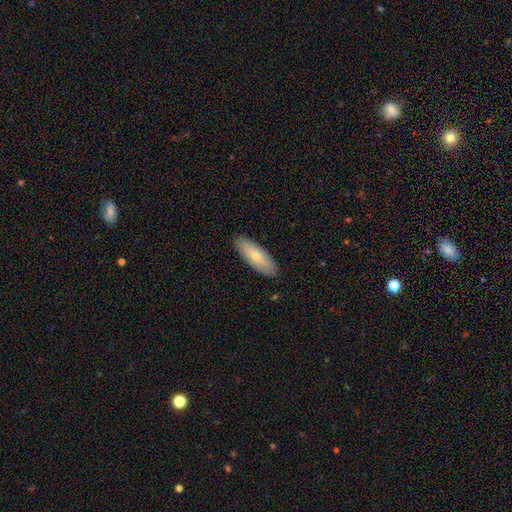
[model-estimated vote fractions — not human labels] smooth_or_featured: smooth (p=0.64) [alt: featured or disk p=0.30]
how_rounded: in between (p=0.58) [alt: cigar-shaped p=0.40]
merging: none (p=0.90) [alt: minor disturbance p=0.08]